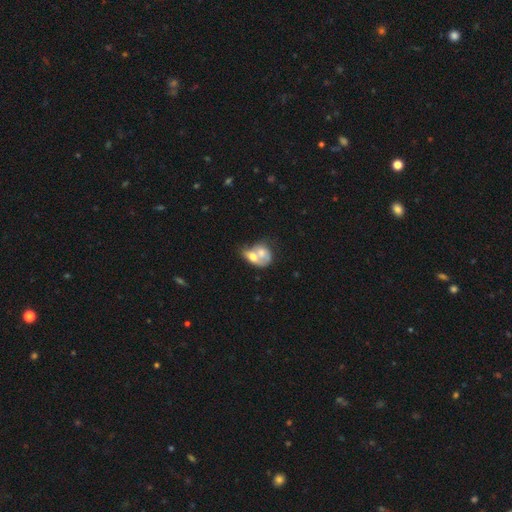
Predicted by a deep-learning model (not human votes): Smooth or featured: smooth — 56% (featured or disk — 37%)
How rounded: in between — 64% (round — 34%)
Merging: merger — 75% (none — 12%)